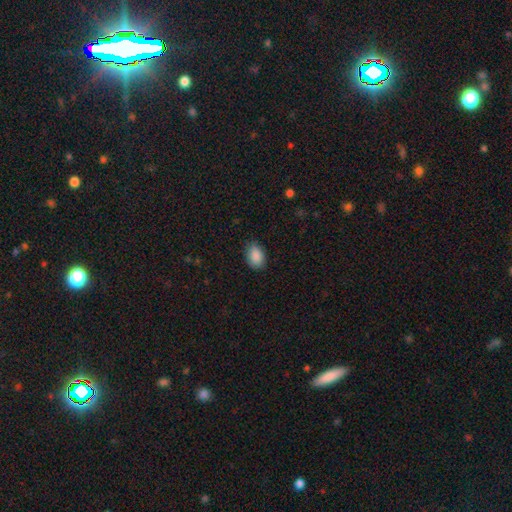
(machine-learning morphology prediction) Overall: smooth (90%). How rounded: in between (84%). Merging: none (82%).